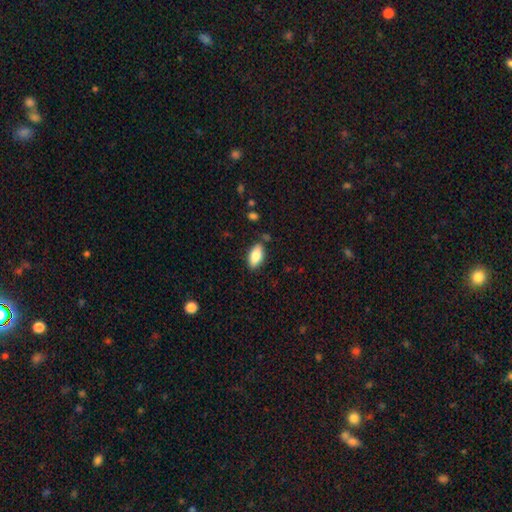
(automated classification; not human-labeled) The model was most divided on "smooth or featured": smooth: 82%, featured or disk: 11%, star or artifact: 7%. More confident: how rounded — in between (91%); merging — none (84%).